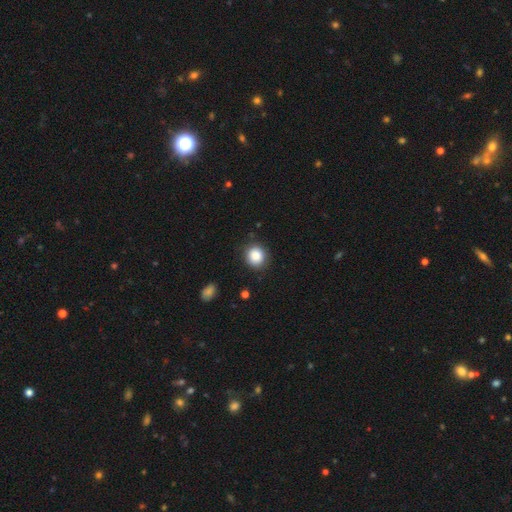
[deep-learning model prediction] smooth 87%, star or artifact 9%, featured or disk 4%. Down the decision tree: how rounded — round (87%); merging — none (87%).